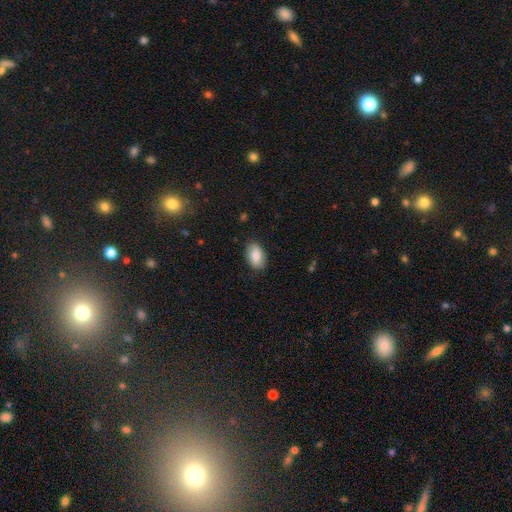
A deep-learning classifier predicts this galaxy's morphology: smooth_or_featured: smooth (p=0.83) [alt: featured or disk p=0.10]
how_rounded: in between (p=0.92) [alt: round p=0.07]
merging: none (p=0.85) [alt: minor disturbance p=0.12]